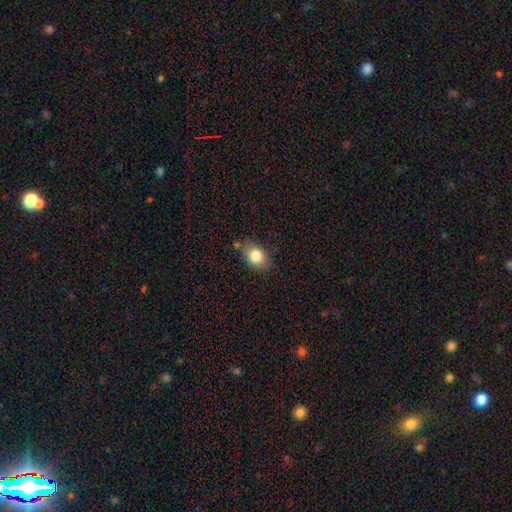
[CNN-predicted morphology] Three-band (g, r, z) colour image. It shows a smooth galaxy with no disk features (82%) that is in between round and cigar-shaped (78%). Merging: none (74%).